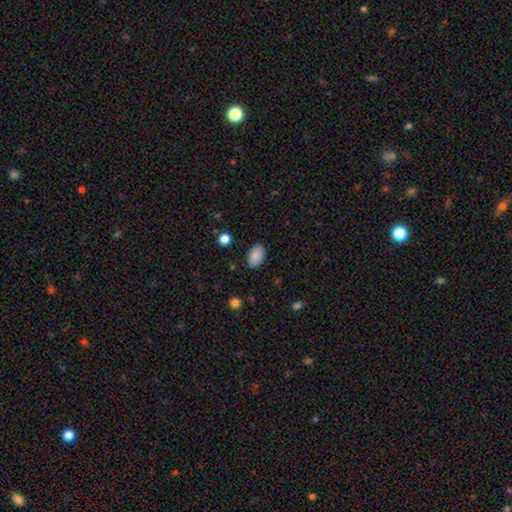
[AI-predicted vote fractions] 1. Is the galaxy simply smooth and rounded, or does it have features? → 88% smooth, 7% star or artifact, 4% featured or disk.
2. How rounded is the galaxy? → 92% in between, 7% round, 1% cigar-shaped.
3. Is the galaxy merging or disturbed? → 86% none, 10% minor disturbance, 2% major disturbance, 1% merger.